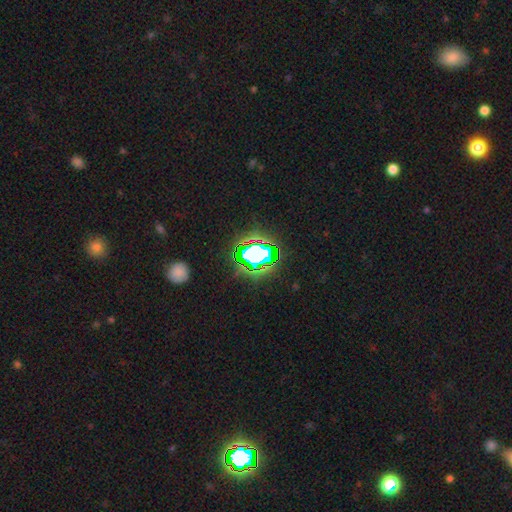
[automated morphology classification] This appears to be a star or artifact, not a galaxy (64%).